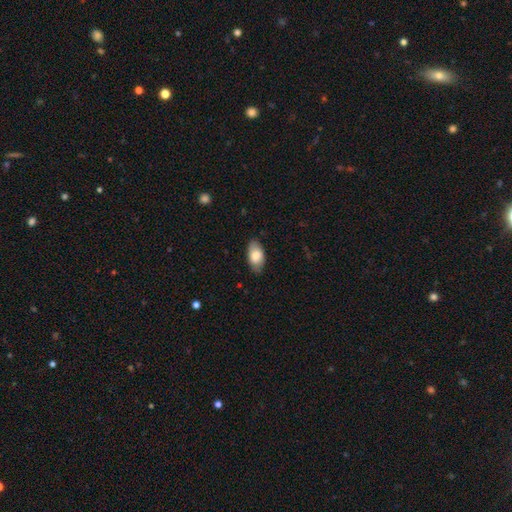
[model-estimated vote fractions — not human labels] This is likely a smooth galaxy (80%). How rounded: clearly in between (94%). Merging: clearly none (82%).